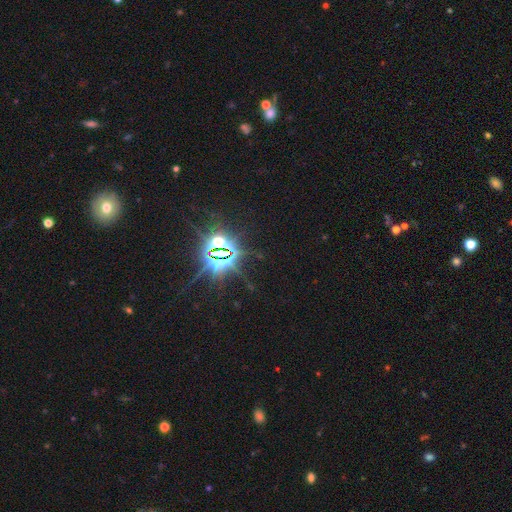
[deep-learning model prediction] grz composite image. It shows a star or artifact, not a galaxy (86%).